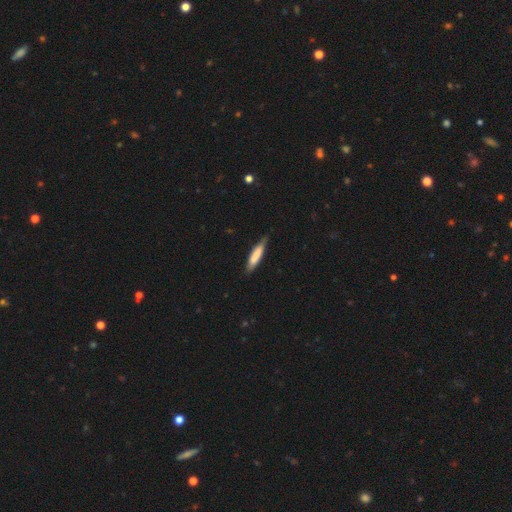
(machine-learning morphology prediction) Smooth or featured? smooth (76%)
How rounded? cigar-shaped (79%)
Merging? none (74%)